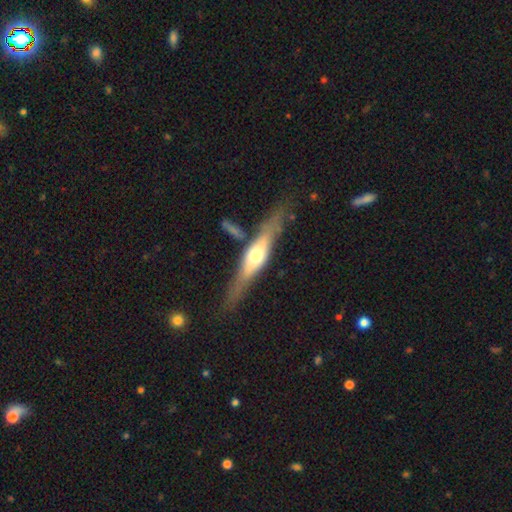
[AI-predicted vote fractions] This appears to be a featured or disk galaxy (65%) viewed edge-on (89%) with a rounded central bulge (87%). Merging: none (72%).